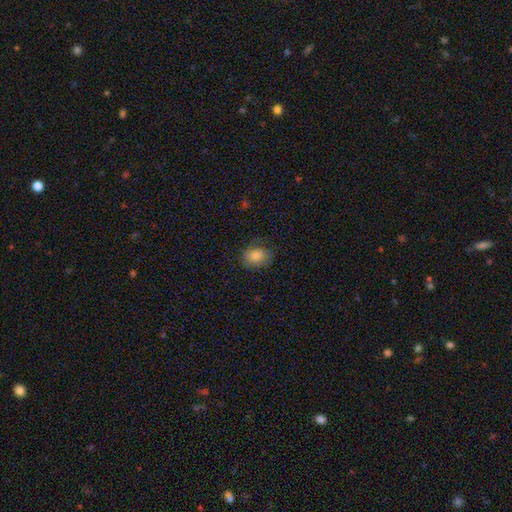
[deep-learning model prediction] A smooth galaxy with no disk features (81%) that is in between round and cigar-shaped (59%).

Vote fractions:
- Smooth or featured? smooth: 81% / featured or disk: 10% / star or artifact: 9%
- How rounded? in between: 59% / round: 40% / cigar-shaped: 1%
- Merging? none: 72% / minor disturbance: 20% / major disturbance: 7% / merger: 1%